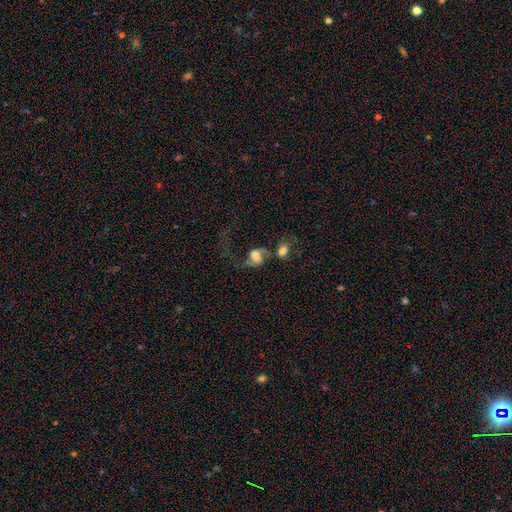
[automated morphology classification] smooth-or-featured: featured or disk: 48% | smooth: 40% | star or artifact: 11%
  merging: merger: 39% | major disturbance: 26% | none: 24% | minor disturbance: 12%